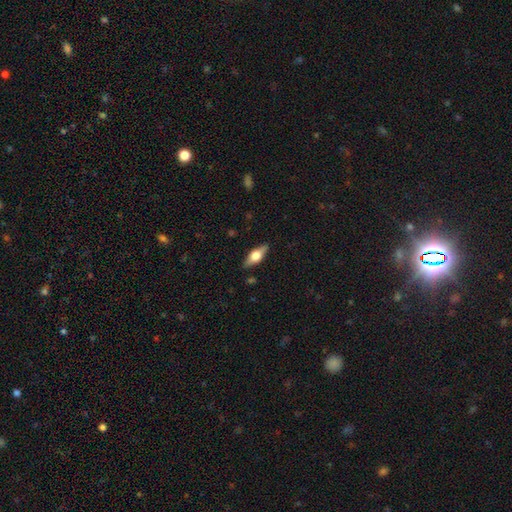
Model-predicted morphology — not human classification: A featured or disk galaxy (49%). Merging: none (87%).